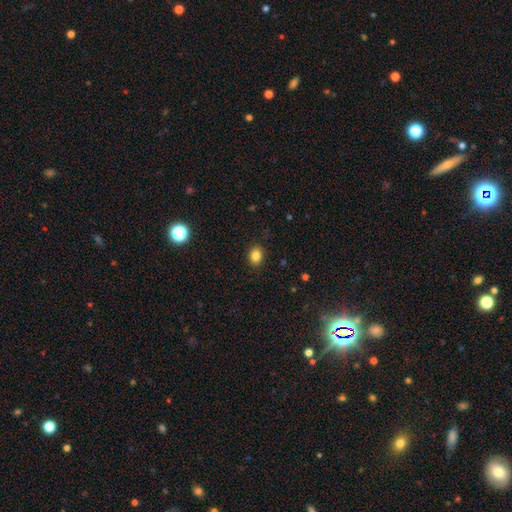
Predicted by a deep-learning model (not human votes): Smooth or featured? smooth (84%)
How rounded? in between (53%)
Merging? none (88%)